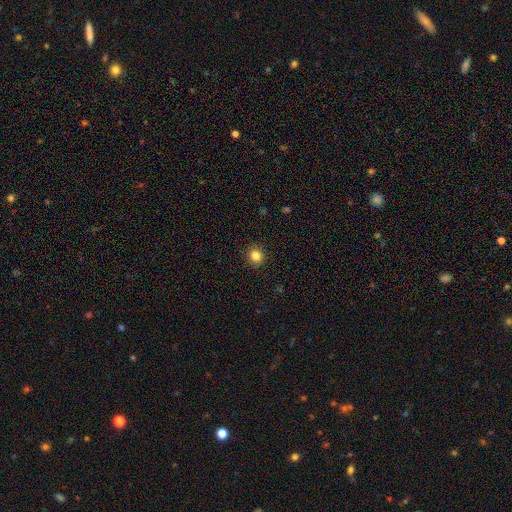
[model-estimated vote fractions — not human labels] Q: Smooth or featured?
A: smooth (84%); runner-up: star or artifact (11%)
Q: How rounded?
A: round (89%); runner-up: in between (10%)
Q: Merging?
A: none (91%); runner-up: minor disturbance (6%)